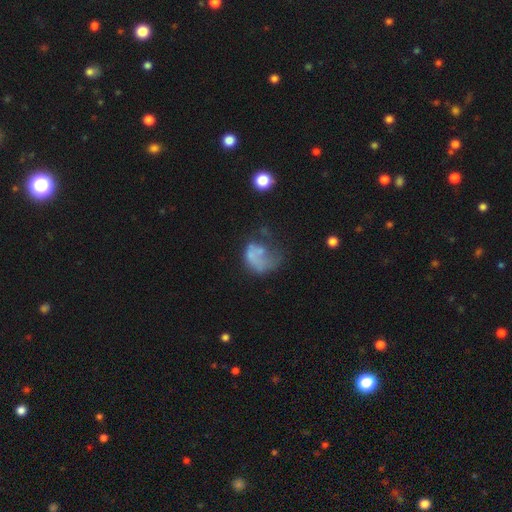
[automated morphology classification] Smooth or featured?
  - smooth: 46% *
  - featured or disk: 42%
  - star or artifact: 12%
Merging?
  - major disturbance: 51% *
  - none: 21%
  - minor disturbance: 16%
  - merger: 12%